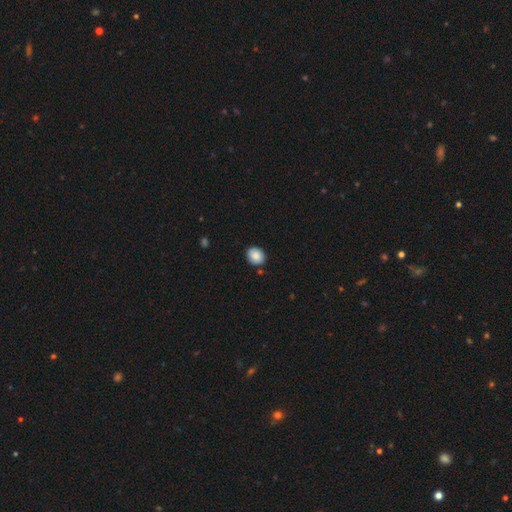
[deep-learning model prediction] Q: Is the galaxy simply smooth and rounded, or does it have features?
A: smooth — 86%.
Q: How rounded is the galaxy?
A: round — 59%.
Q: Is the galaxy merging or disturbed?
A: none — 87%.